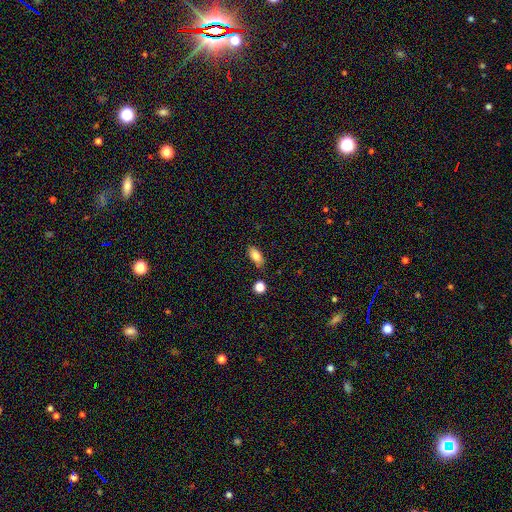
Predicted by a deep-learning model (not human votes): A smooth galaxy with no disk features (82%) that is in between round and cigar-shaped (87%).

Vote fractions:
- Smooth or featured? smooth: 82% / featured or disk: 10% / star or artifact: 8%
- How rounded? in between: 87% / cigar-shaped: 8% / round: 4%
- Merging? none: 79% / minor disturbance: 14% / merger: 4% / major disturbance: 3%